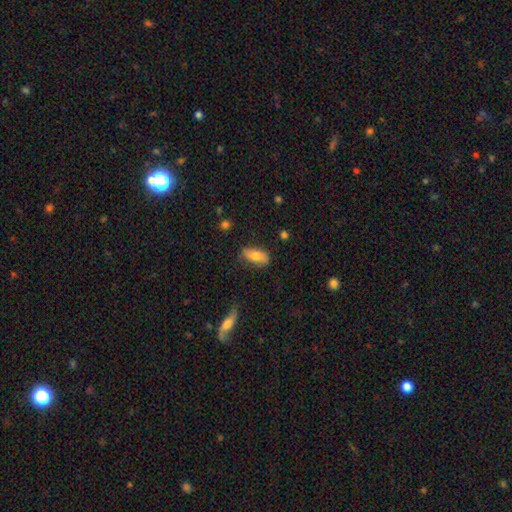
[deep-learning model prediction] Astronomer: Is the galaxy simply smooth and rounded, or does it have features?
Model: smooth — 69%.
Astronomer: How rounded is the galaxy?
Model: in between — 85%.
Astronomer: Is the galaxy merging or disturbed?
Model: none — 70%.